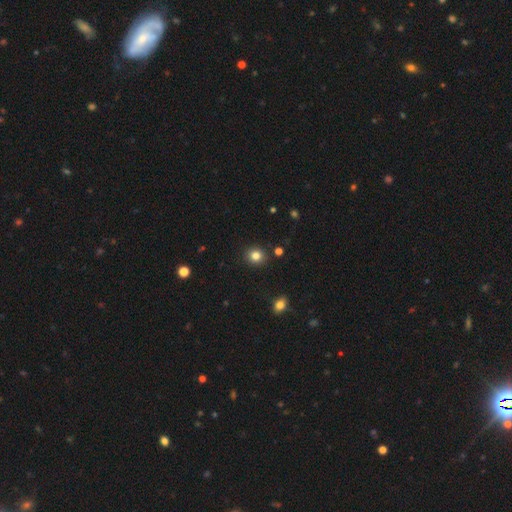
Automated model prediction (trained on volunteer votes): Smooth or featured?
  - smooth: 82% *
  - star or artifact: 12%
  - featured or disk: 6%
How rounded?
  - round: 83% *
  - in between: 16%
  - cigar-shaped: 1%
Merging?
  - none: 90% *
  - minor disturbance: 6%
  - merger: 2%
  - major disturbance: 2%